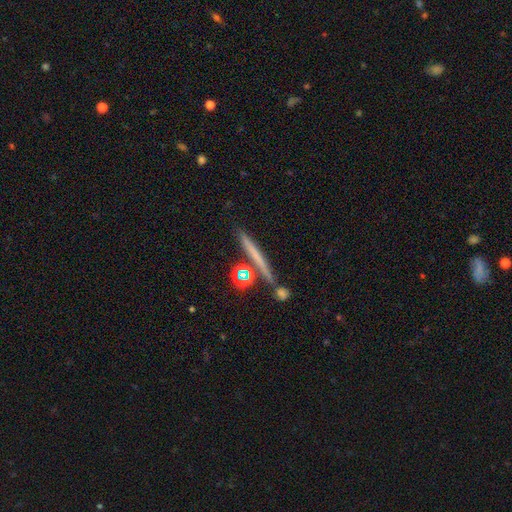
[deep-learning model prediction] A smooth galaxy with no disk features (47%). Merging: none (77%).